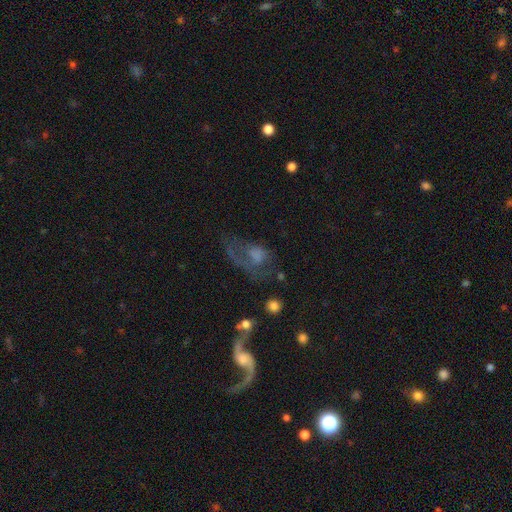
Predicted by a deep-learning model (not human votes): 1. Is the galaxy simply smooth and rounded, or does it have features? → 46% featured or disk, 40% smooth, 14% star or artifact.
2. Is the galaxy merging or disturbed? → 49% major disturbance, 27% none, 18% minor disturbance, 5% merger.